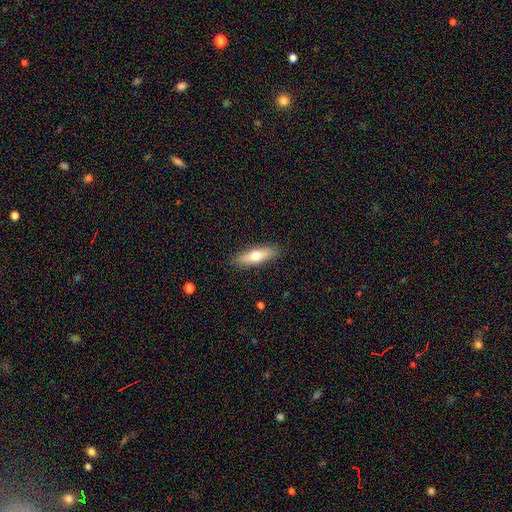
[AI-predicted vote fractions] Smooth or featured: smooth — 62% (featured or disk — 32%)
How rounded: cigar-shaped — 56% (in between — 42%)
Merging: none — 89% (minor disturbance — 8%)